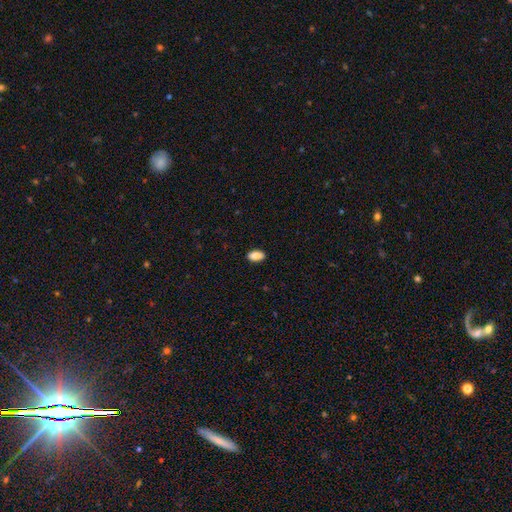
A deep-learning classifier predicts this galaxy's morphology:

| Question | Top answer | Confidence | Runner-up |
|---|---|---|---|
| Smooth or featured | smooth | 87% | star or artifact (8%) |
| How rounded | in between | 92% | round (5%) |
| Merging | none | 87% | minor disturbance (10%) |